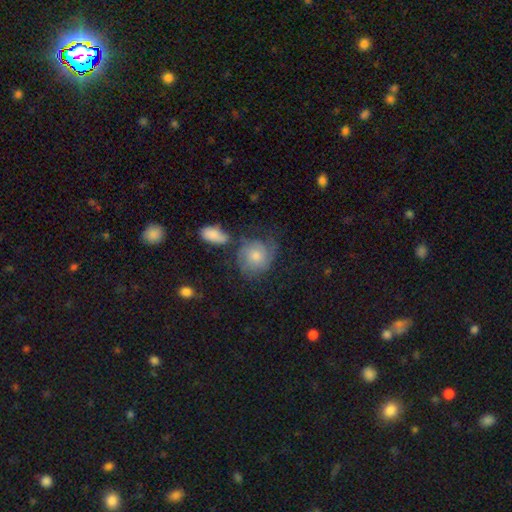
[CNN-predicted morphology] A featured or disk galaxy (53%) with no bar (80%), spiral arms (86%) and a moderate central bulge (58%).

Vote fractions:
- Smooth or featured? featured or disk: 53% / smooth: 38% / star or artifact: 9%
- Edge-on disk? no: 97% / yes: 3%
- Bar? no: 80% / weak: 18% / strong: 2%
- Spiral arms? yes: 86% / no: 14%
- Bulge size? moderate: 58% / small: 29% / large: 8% / none: 3% / dominant: 2%
- Merging? none: 51% / minor disturbance: 24% / major disturbance: 17% / merger: 8%